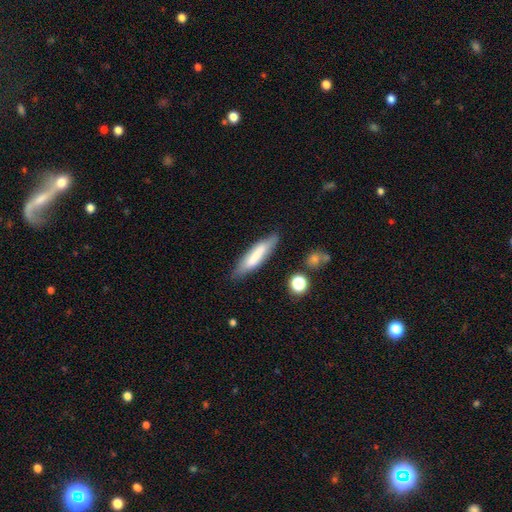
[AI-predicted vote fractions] A smooth galaxy with no disk features (69%) that is cigar-shaped (76%).

Vote fractions:
- Smooth or featured? smooth: 69% / featured or disk: 24% / star or artifact: 7%
- How rounded? cigar-shaped: 76% / in between: 22% / round: 1%
- Merging? none: 78% / minor disturbance: 16% / major disturbance: 4% / merger: 3%